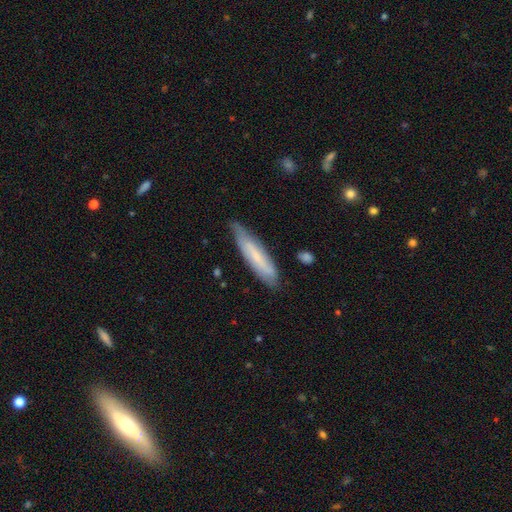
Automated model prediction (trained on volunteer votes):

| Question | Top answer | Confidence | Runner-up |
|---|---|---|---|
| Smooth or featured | smooth | 56% | featured or disk (37%) |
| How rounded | cigar-shaped | 79% | in between (20%) |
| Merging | none | 74% | minor disturbance (21%) |